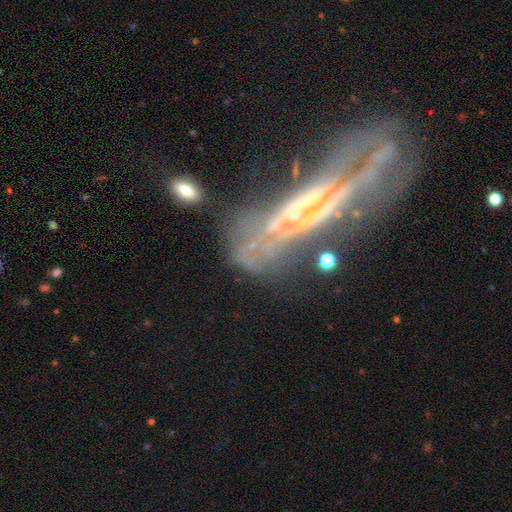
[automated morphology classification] Smooth or featured: featured or disk — 65% (smooth — 18%)
Edge-on disk: no — 56% (yes — 44%)
Merging: none — 36% (major disturbance — 29%)